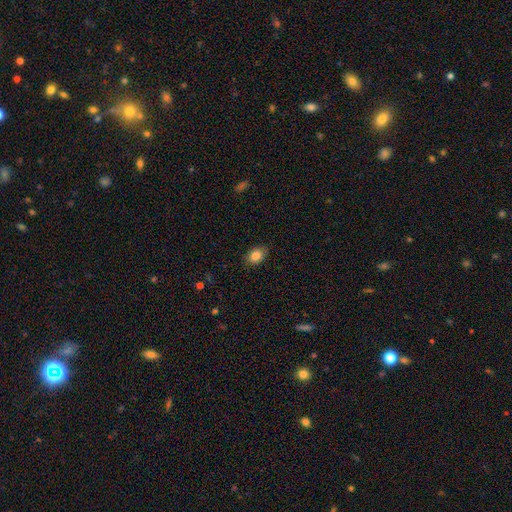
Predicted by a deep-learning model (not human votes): Smooth or featured? smooth (85%)
How rounded? in between (77%)
Merging? none (85%)